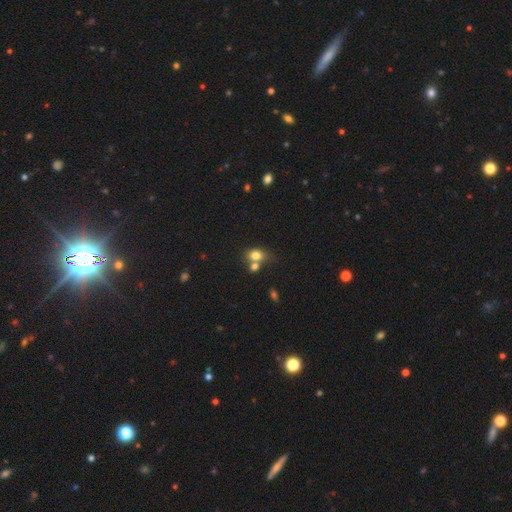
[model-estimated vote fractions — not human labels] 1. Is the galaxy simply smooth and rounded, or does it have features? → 78% smooth, 11% star or artifact, 11% featured or disk.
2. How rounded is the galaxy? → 68% in between, 30% round, 2% cigar-shaped.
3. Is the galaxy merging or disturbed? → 42% merger, 41% none, 12% minor disturbance, 5% major disturbance.